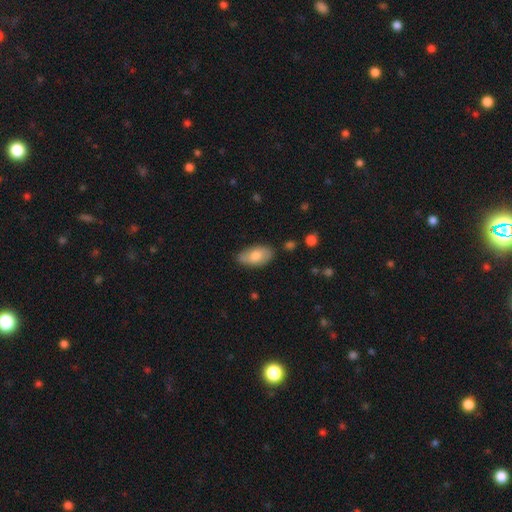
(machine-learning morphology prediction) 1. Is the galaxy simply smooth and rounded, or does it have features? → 73% smooth, 21% featured or disk, 6% star or artifact.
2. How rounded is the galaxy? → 94% in between, 3% round, 3% cigar-shaped.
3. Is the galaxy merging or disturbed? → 78% none, 17% minor disturbance, 3% major disturbance, 2% merger.